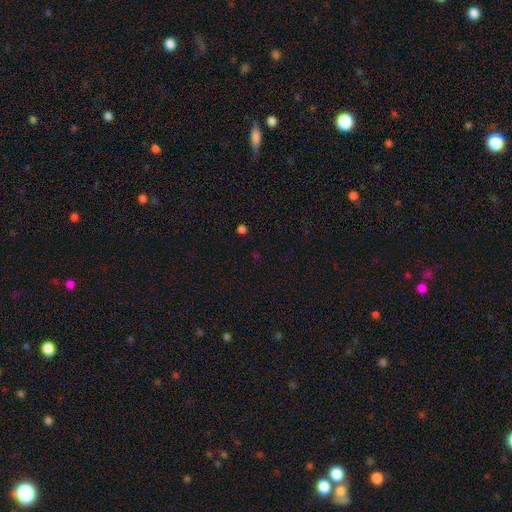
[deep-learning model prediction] smooth_or_featured: star or artifact (p=0.55) [alt: smooth p=0.38]